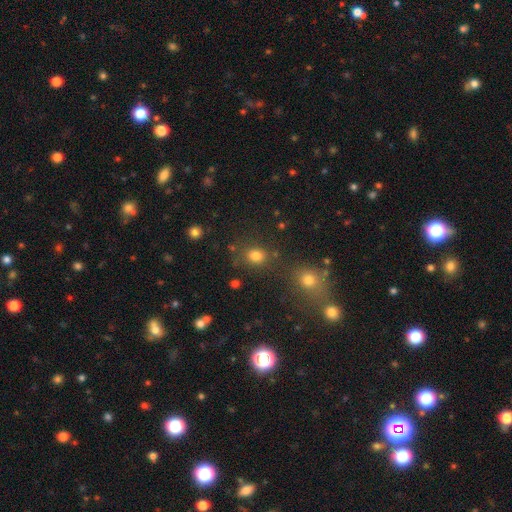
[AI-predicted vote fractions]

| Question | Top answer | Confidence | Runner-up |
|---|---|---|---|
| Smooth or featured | smooth | 78% | star or artifact (16%) |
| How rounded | round | 65% | in between (34%) |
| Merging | none | 73% | merger (11%) |